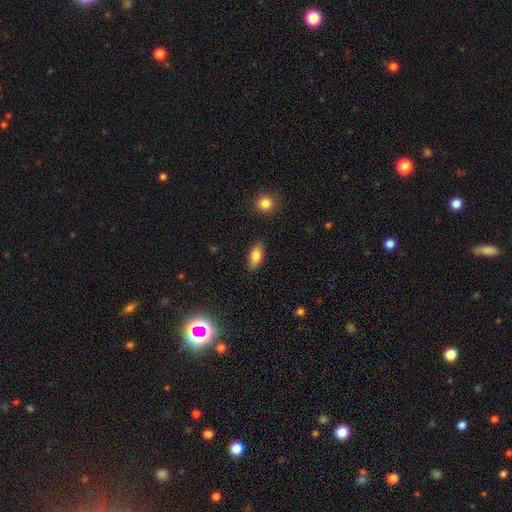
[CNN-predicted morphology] This is clearly a smooth galaxy (85%). How rounded: clearly in between (90%). Merging: clearly none (85%).